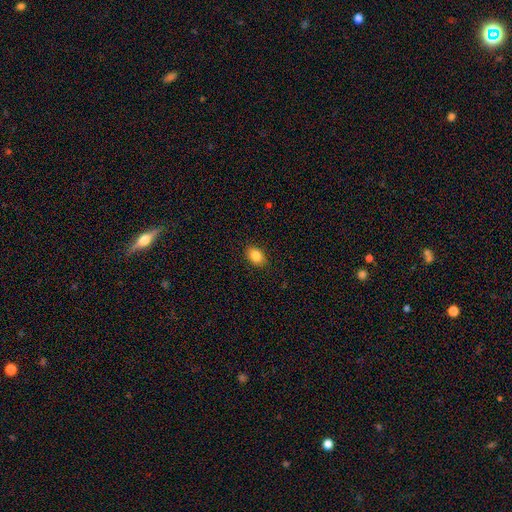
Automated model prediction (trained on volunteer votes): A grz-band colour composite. It shows a smooth galaxy with no disk features (85%) that is in between round and cigar-shaped (78%). Merging: none (88%).